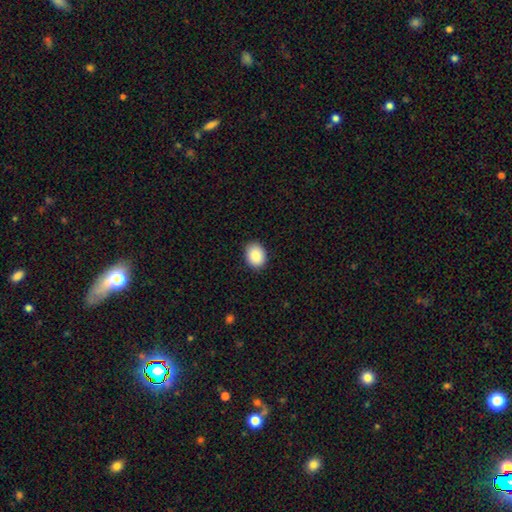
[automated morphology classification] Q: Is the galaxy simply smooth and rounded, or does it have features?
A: smooth — 89%.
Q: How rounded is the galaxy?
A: in between — 56%.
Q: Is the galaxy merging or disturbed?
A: none — 88%.